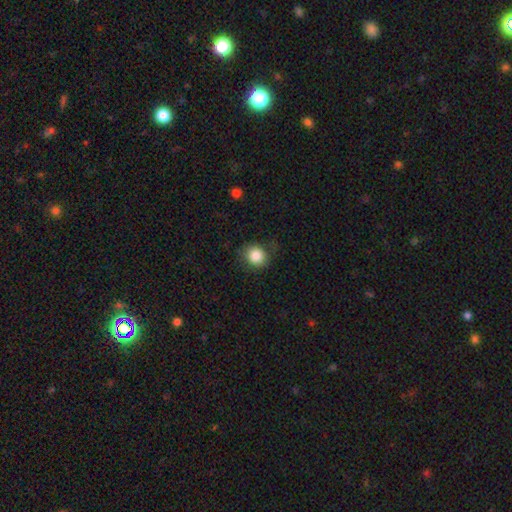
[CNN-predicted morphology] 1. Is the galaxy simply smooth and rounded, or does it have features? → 85% smooth, 9% star or artifact, 7% featured or disk.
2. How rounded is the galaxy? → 81% round, 18% in between, 1% cigar-shaped.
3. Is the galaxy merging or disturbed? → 78% none, 15% minor disturbance, 5% major disturbance, 1% merger.